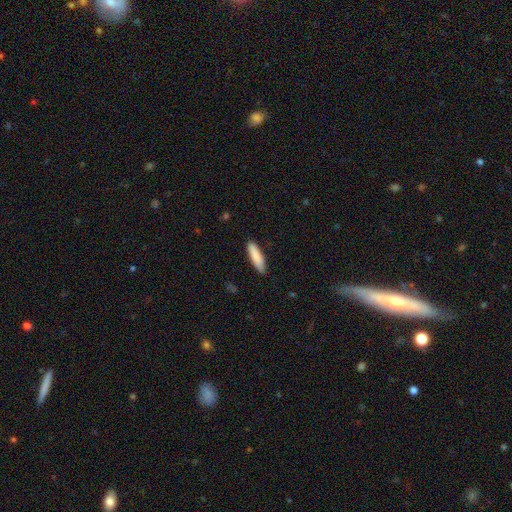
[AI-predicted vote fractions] This appears to be a smooth galaxy with no disk features (86%) that is cigar-shaped (70%). Merging: none (86%).